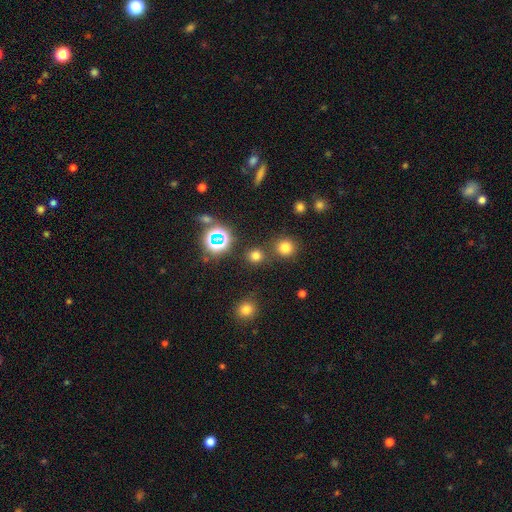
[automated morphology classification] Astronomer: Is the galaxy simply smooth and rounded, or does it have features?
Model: smooth — 67%.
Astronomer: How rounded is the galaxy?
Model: round — 90%.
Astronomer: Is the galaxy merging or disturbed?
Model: none — 77%.